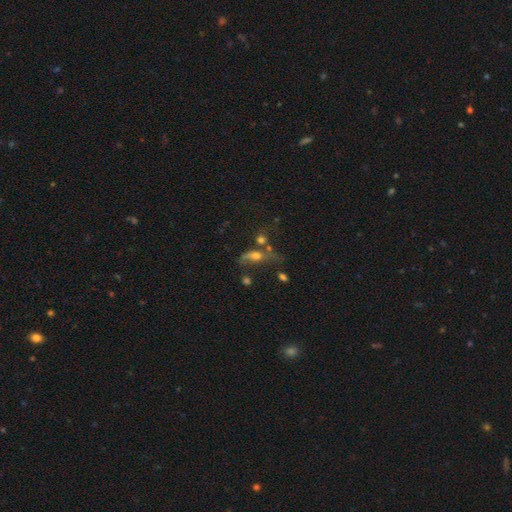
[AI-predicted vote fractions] smooth_or_featured: smooth (p=0.53) [alt: featured or disk p=0.31]
how_rounded: in between (p=0.57) [alt: cigar-shaped p=0.23]
merging: none (p=0.29) [tied with: merger p=0.29]